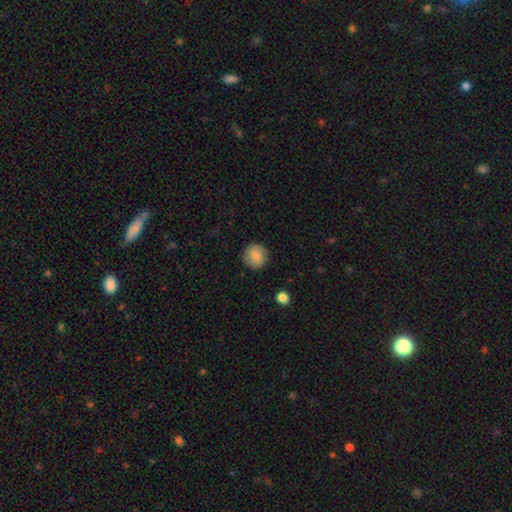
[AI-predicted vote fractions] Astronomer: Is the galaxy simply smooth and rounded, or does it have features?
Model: smooth — 82%.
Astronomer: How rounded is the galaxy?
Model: round — 92%.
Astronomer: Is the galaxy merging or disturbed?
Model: none — 89%.